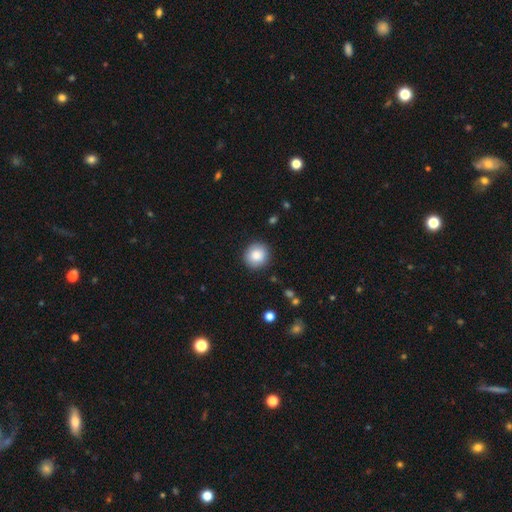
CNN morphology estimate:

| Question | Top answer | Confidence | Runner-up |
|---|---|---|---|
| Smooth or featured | smooth | 86% | star or artifact (8%) |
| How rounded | round | 91% | in between (9%) |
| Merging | none | 90% | minor disturbance (7%) |